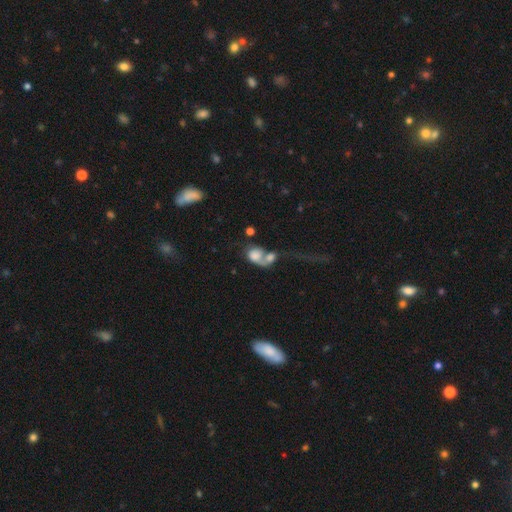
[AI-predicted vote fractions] Smooth or featured: smooth — 61% (featured or disk — 29%)
How rounded: in between — 49% (round — 48%)
Merging: merger — 68% (major disturbance — 15%)